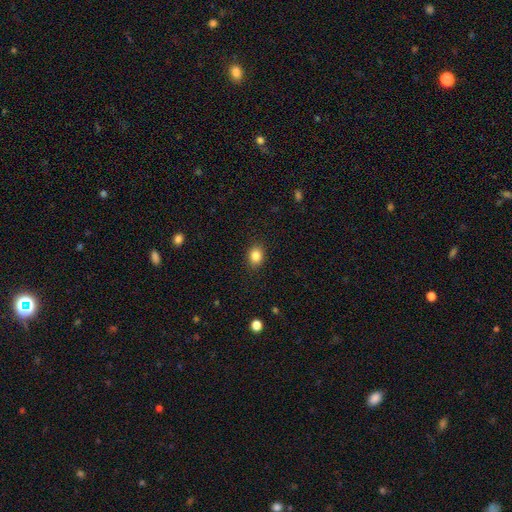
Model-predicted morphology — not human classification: Q: Smooth or featured?
A: smooth (85%); runner-up: star or artifact (10%)
Q: How rounded?
A: in between (52%); runner-up: round (47%)
Q: Merging?
A: none (88%); runner-up: minor disturbance (8%)